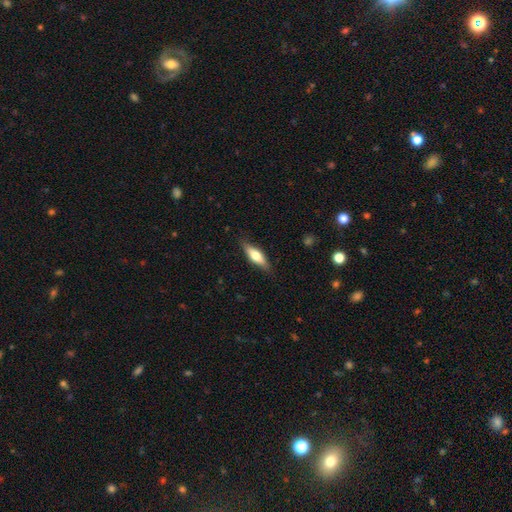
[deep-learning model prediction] This is possibly a smooth galaxy (60%). How rounded: possibly in between (50%). Merging: clearly none (83%).